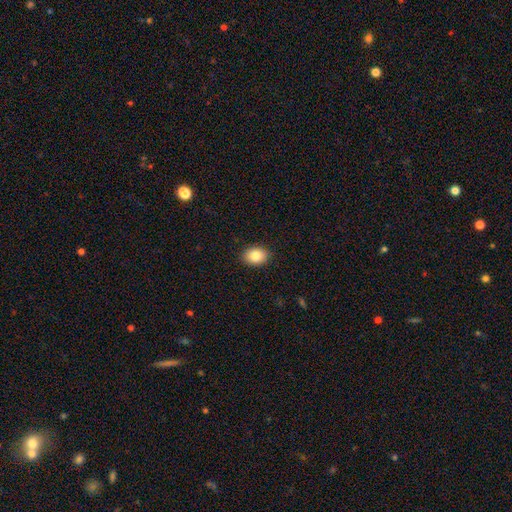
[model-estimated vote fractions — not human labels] The model was most divided on "how rounded": in between: 69%, round: 30%, cigar-shaped: 1%. More confident: merging — none (90%); smooth or featured — smooth (85%).